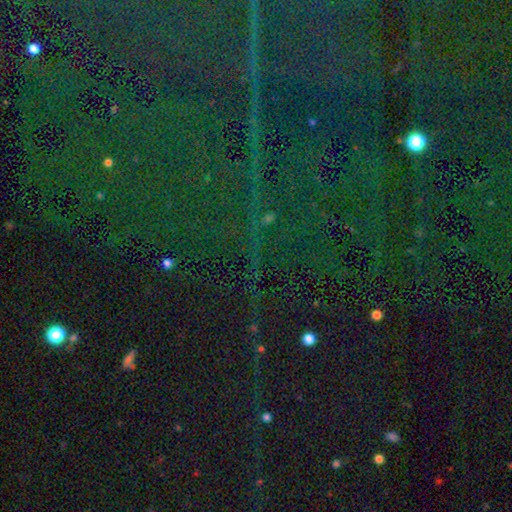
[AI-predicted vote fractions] A star or artifact, not a galaxy (84%).

Vote fractions:
- Smooth or featured? star or artifact: 84% / smooth: 8% / featured or disk: 7%